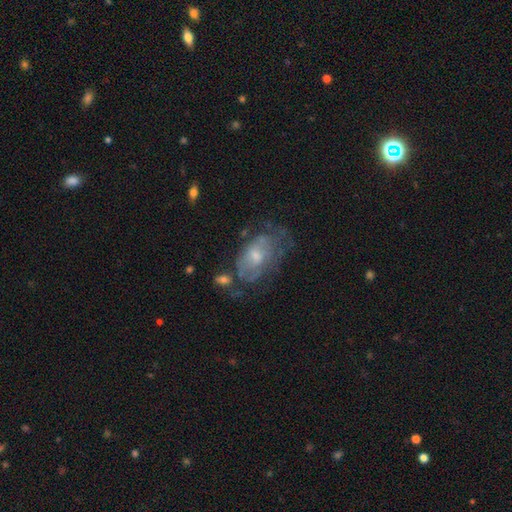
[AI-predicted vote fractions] Smooth or featured?
  - featured or disk: 62% *
  - smooth: 29%
  - star or artifact: 9%
Edge-on disk?
  - no: 95% *
  - yes: 5%
Bar?
  - no: 69% *
  - weak: 27%
  - strong: 4%
Spiral arms?
  - yes: 51% *
  - no: 49%
Bulge size?
  - moderate: 48% *
  - small: 42%
  - none: 5%
  - large: 4%
  - dominant: 1%
Merging?
  - none: 42% *
  - minor disturbance: 26%
  - major disturbance: 25%
  - merger: 7%